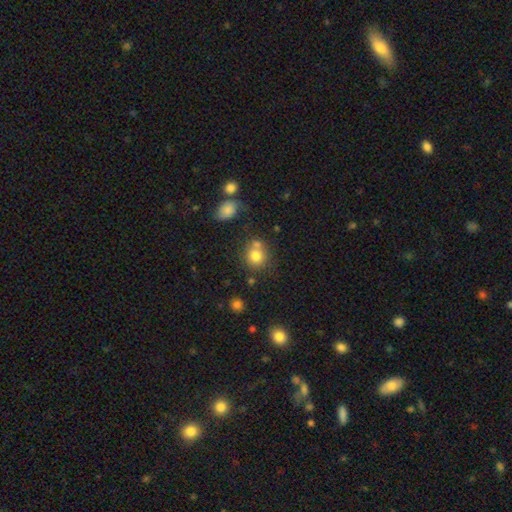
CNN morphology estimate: type=smooth (78%); roundness=round (84%); merging=none (57%).